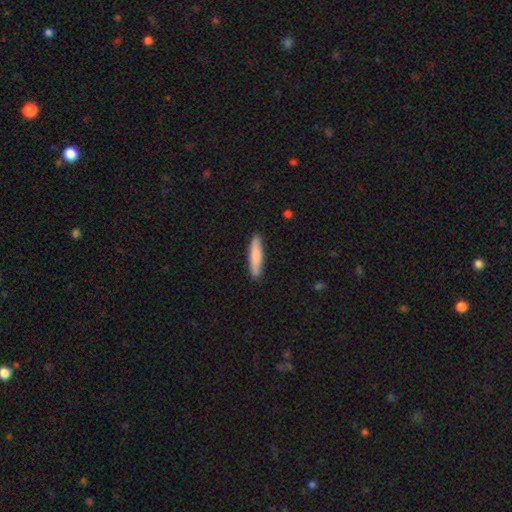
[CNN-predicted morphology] Smooth or featured: smooth — 79% (featured or disk — 15%)
How rounded: cigar-shaped — 88% (in between — 11%)
Merging: none — 90% (minor disturbance — 8%)